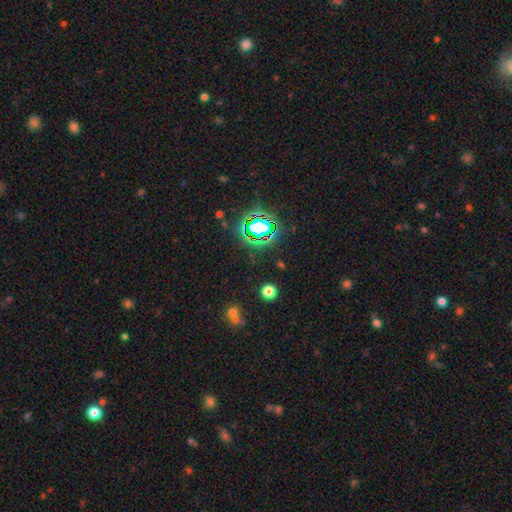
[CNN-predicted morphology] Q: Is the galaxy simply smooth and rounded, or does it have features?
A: star or artifact — 76%.